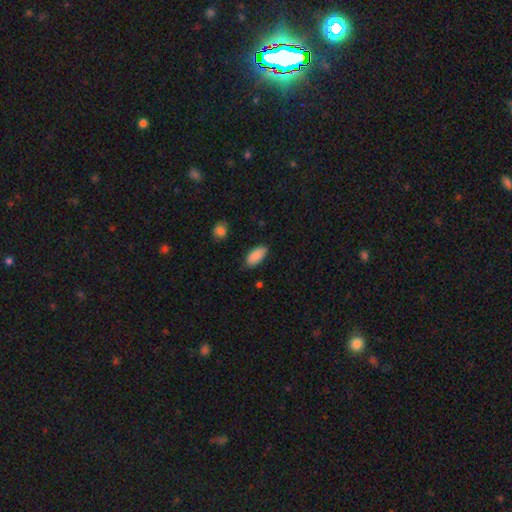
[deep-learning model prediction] smooth_or_featured: smooth (p=0.89) [alt: star or artifact p=0.07]
how_rounded: in between (p=0.92) [alt: cigar-shaped p=0.05]
merging: none (p=0.81) [alt: minor disturbance p=0.15]